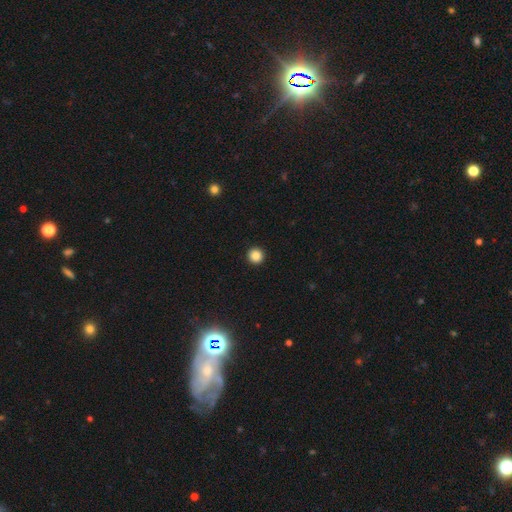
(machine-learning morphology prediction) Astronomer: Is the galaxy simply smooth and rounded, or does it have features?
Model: smooth — 86%.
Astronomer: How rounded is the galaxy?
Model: round — 95%.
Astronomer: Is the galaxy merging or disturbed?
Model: none — 94%.